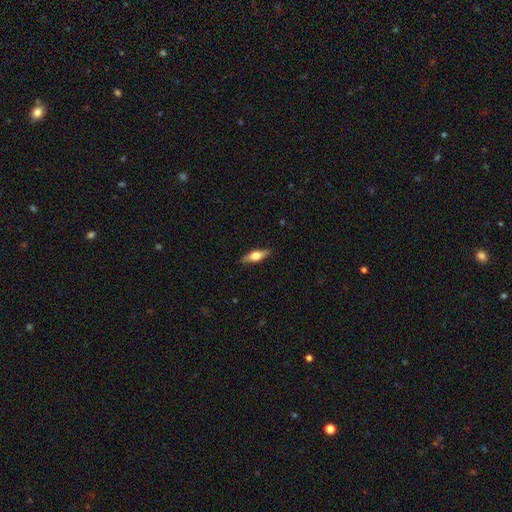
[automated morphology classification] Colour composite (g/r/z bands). It shows a smooth galaxy with no disk features (51%) that is in between round and cigar-shaped (52%). Merging: none (87%).